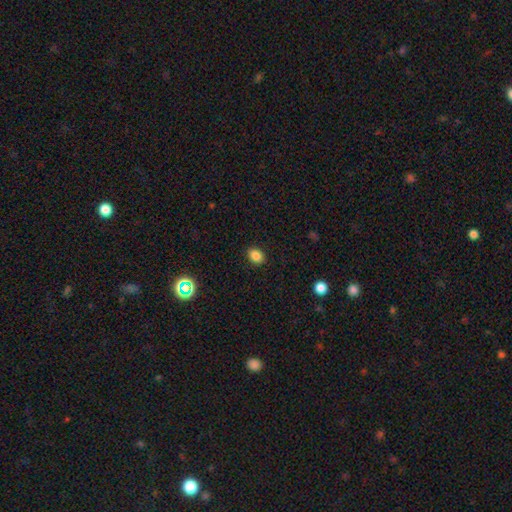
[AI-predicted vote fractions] A smooth galaxy with no disk features (85%) that is in between round and cigar-shaped (63%).

Vote fractions:
- Smooth or featured? smooth: 85% / star or artifact: 11% / featured or disk: 4%
- How rounded? in between: 63% / round: 36% / cigar-shaped: 1%
- Merging? none: 90% / minor disturbance: 7% / major disturbance: 2% / merger: 1%